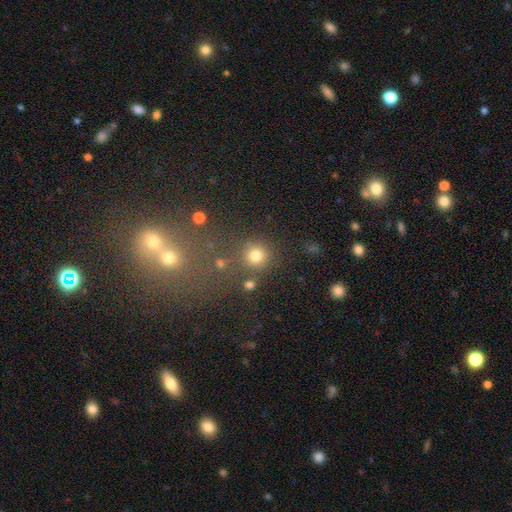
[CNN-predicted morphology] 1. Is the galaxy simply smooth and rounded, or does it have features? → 77% smooth, 16% star or artifact, 7% featured or disk.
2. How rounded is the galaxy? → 93% round, 6% in between, 1% cigar-shaped.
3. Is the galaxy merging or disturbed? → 77% none, 9% minor disturbance, 9% merger, 5% major disturbance.